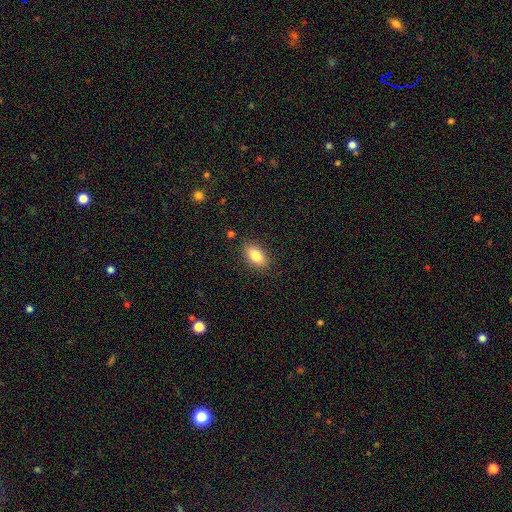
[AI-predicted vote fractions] Smooth or featured? Predicted: smooth (p=0.83). How rounded? Predicted: in between (p=0.90). Merging? Predicted: none (p=0.86).